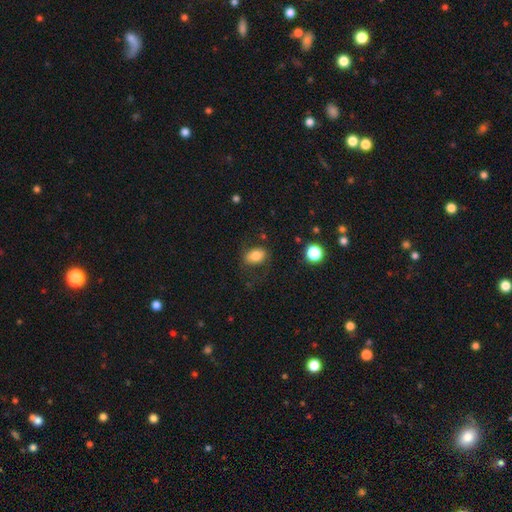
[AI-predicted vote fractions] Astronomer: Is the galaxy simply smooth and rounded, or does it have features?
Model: smooth — 78%.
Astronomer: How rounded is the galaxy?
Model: in between — 84%.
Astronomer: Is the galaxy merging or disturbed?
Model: none — 72%.